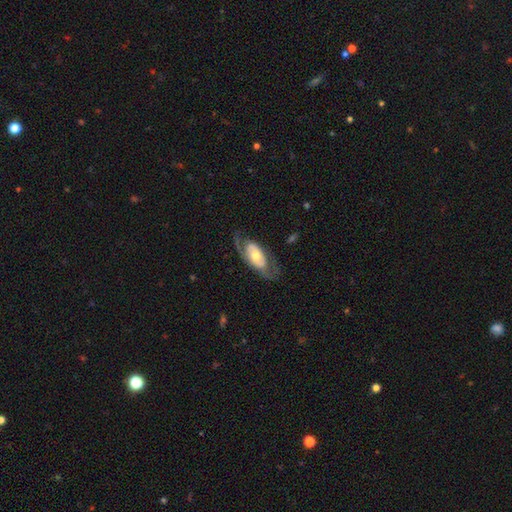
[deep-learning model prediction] smooth_or_featured: featured or disk (p=0.67) [alt: smooth p=0.28]
disk_edge_on: no (p=0.88) [alt: yes p=0.12]
bar: no (p=0.69) [alt: weak p=0.20]
has_spiral_arms: yes (p=0.62) [alt: no p=0.38]
bulge_size: moderate (p=0.59) [alt: small p=0.27]
merging: none (p=0.65) [alt: minor disturbance p=0.17]